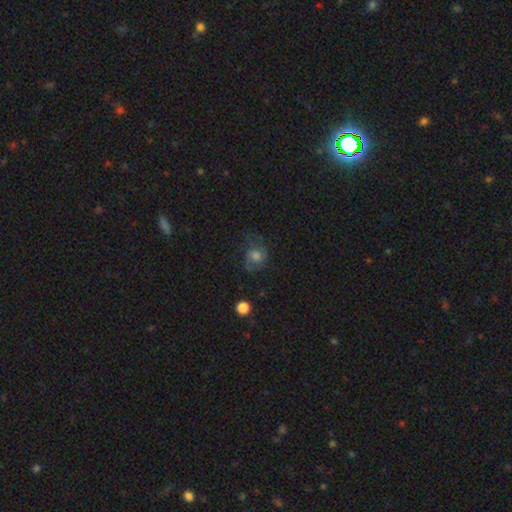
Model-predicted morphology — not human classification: This appears to be a smooth galaxy with no disk features (46%). Merging: none (52%).